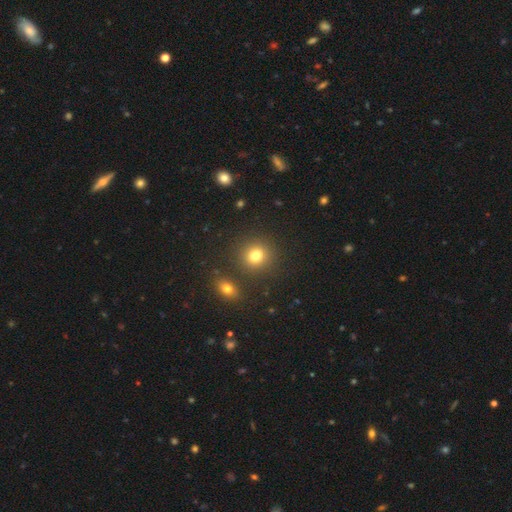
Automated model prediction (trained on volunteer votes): smooth 78%, star or artifact 15%, featured or disk 7%. Down the decision tree: how rounded — round (86%); merging — none (85%).